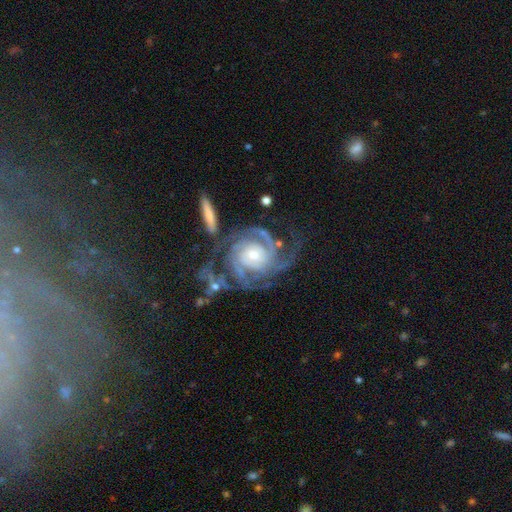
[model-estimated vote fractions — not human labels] featured or disk 93%, star or artifact 4%, smooth 3%. Down the decision tree: edge-on disk — no (98%); bar — no (72%); spiral arms — yes (98%); spiral arm count — 3 (32%); spiral winding — tight (67%); bulge size — small (53%); merging — none (57%).